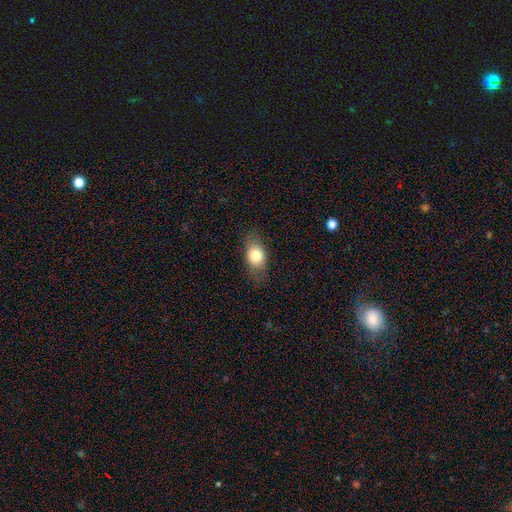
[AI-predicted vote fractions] Overall: smooth (77%). How rounded: in between (79%). Merging: none (77%).